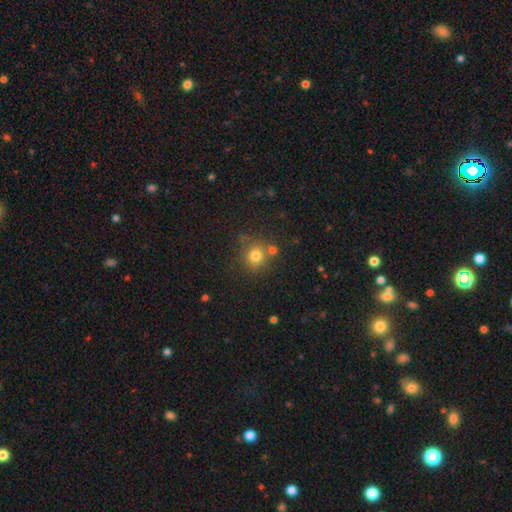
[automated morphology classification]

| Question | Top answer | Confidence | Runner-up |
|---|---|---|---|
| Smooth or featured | smooth | 77% | star or artifact (14%) |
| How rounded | round | 87% | in between (12%) |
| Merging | none | 68% | merger (18%) |